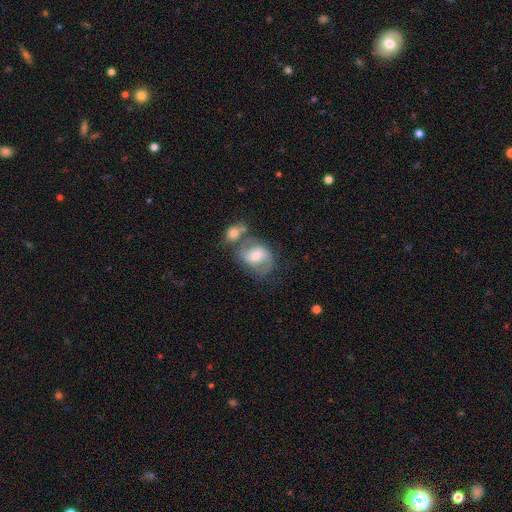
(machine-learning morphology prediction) smooth_or_featured: featured or disk (p=0.62) [alt: smooth p=0.31]
disk_edge_on: no (p=0.97) [alt: yes p=0.03]
bar: weak (p=0.44) [alt: no p=0.39]
has_spiral_arms: yes (p=0.83) [alt: no p=0.17]
bulge_size: moderate (p=0.58) [alt: small p=0.33]
merging: none (p=0.42) [alt: merger p=0.29]